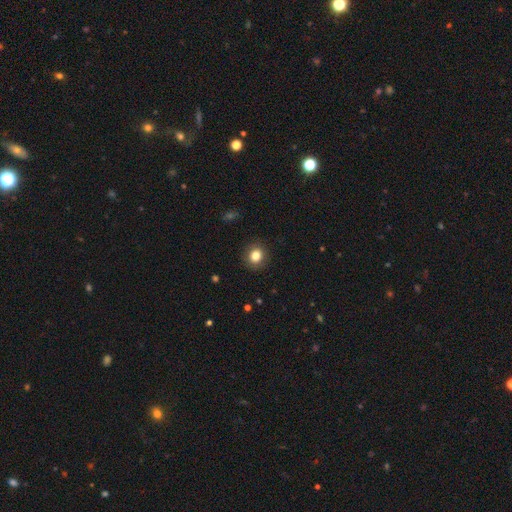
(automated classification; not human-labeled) Morphology: type=smooth (82%); roundness=round (79%); merging=none (90%).